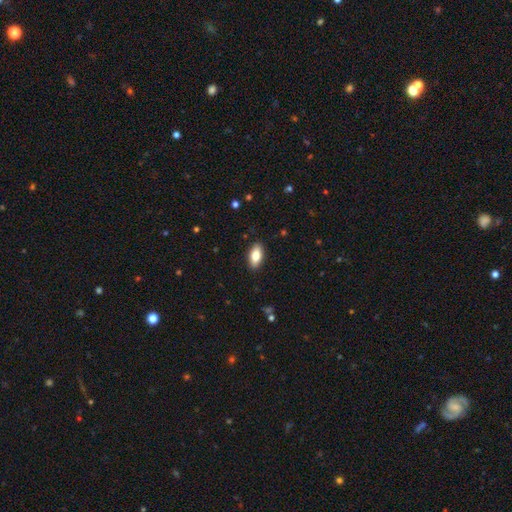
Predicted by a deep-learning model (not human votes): A smooth galaxy with no disk features (79%) that is in between round and cigar-shaped (89%).

Vote fractions:
- Smooth or featured? smooth: 79% / featured or disk: 14% / star or artifact: 7%
- How rounded? in between: 89% / cigar-shaped: 8% / round: 3%
- Merging? none: 89% / minor disturbance: 8% / major disturbance: 2% / merger: 1%